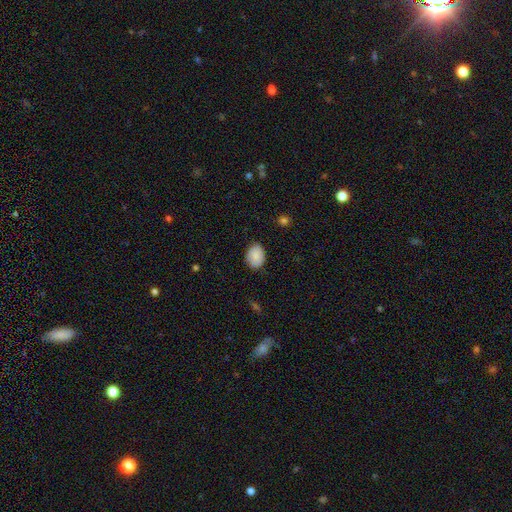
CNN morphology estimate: This is clearly a smooth galaxy (84%). How rounded: likely in between (75%). Merging: clearly none (81%).